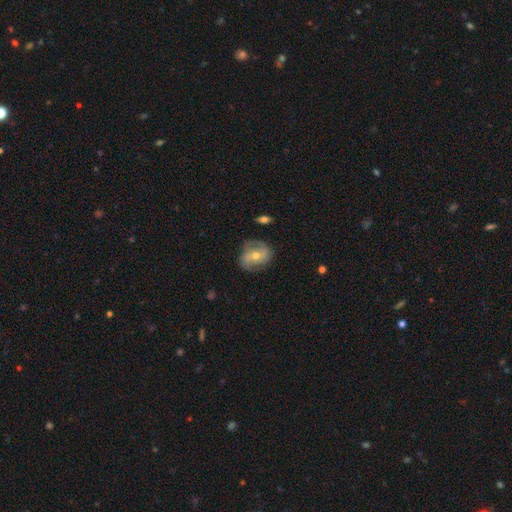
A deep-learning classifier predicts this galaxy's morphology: smooth-or-featured: featured or disk: 68% | smooth: 24% | star or artifact: 8%
  disk-edge-on: no: 96% | yes: 4%
    bar: no: 49% | weak: 35% | strong: 16%
    has-spiral-arms: yes: 85% | no: 15%
      spiral-winding: medium: 42% | tight: 33% | loose: 25%
      spiral-arm-count: 2: 70% | can't tell: 16% | 3: 6% | 1: 3% | 4: 2% | more than 4: 2%
    bulge-size: moderate: 57% | small: 39% | large: 2% | none: 1% | dominant: 1%
  merging: none: 72% | minor disturbance: 19% | major disturbance: 7% | merger: 2%